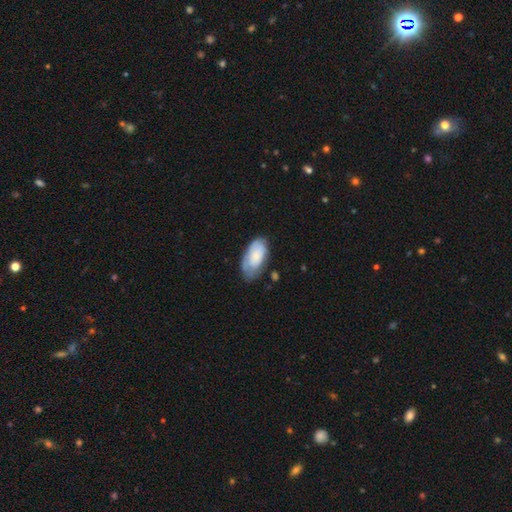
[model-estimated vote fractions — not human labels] Smooth or featured?
  - smooth: 60% *
  - featured or disk: 34%
  - star or artifact: 6%
How rounded?
  - in between: 93% *
  - cigar-shaped: 4%
  - round: 3%
Merging?
  - none: 55% *
  - minor disturbance: 32%
  - major disturbance: 10%
  - merger: 3%